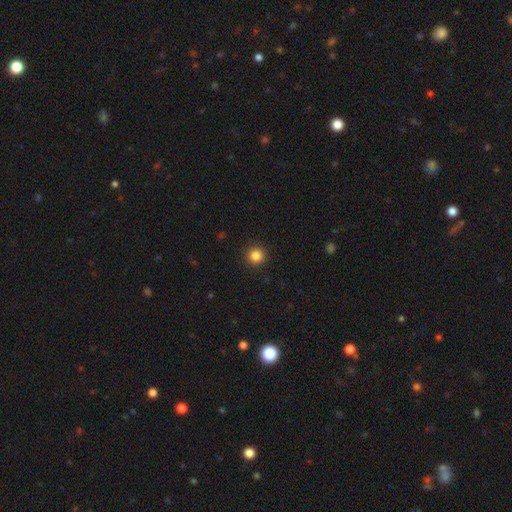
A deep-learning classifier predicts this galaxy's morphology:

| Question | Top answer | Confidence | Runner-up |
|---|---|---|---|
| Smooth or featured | smooth | 85% | star or artifact (11%) |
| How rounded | round | 95% | in between (4%) |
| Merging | none | 93% | minor disturbance (5%) |